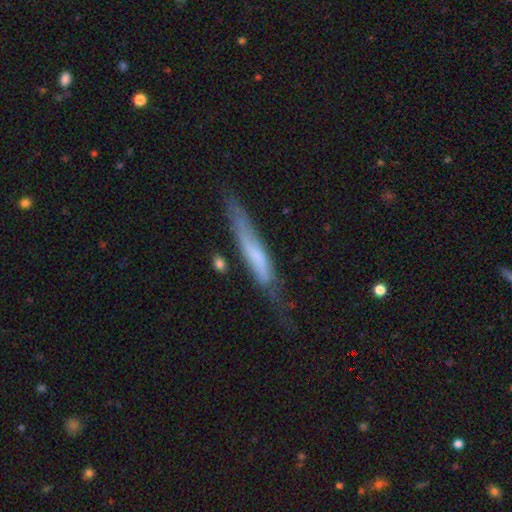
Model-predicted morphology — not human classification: Smooth or featured: smooth — 49% (featured or disk — 44%)
Merging: none — 49% (minor disturbance — 31%)